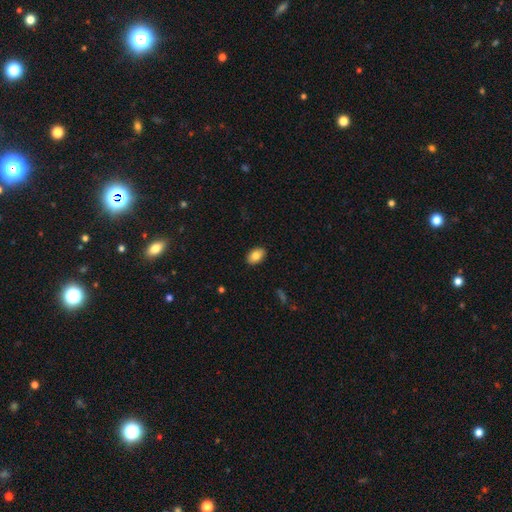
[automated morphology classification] smooth 82%, featured or disk 10%, star or artifact 7%. Down the decision tree: how rounded — in between (90%); merging — none (89%).